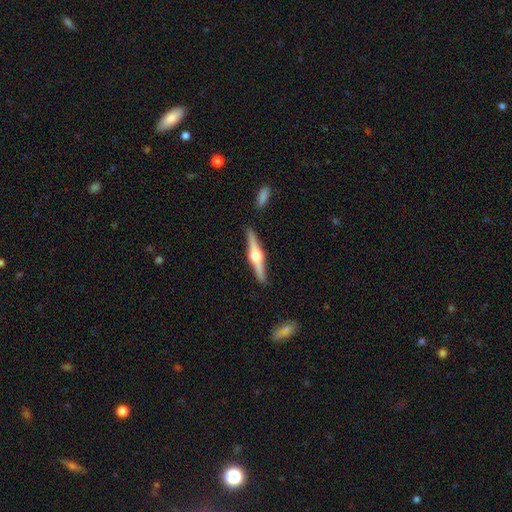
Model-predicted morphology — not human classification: Smooth or featured: featured or disk — 78% (smooth — 16%)
Edge-on disk: yes — 98% (no — 2%)
Edge-on bulge: rounded — 93% (boxy — 5%)
Merging: none — 88% (minor disturbance — 8%)